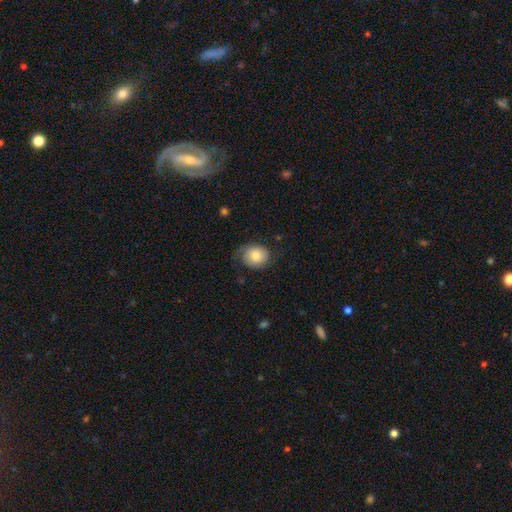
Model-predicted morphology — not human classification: smooth-or-featured: smooth: 72% | featured or disk: 20% | star or artifact: 7%
  how-rounded: round: 63% | in between: 36% | cigar-shaped: 1%
  merging: none: 59% | minor disturbance: 28% | major disturbance: 12% | merger: 1%